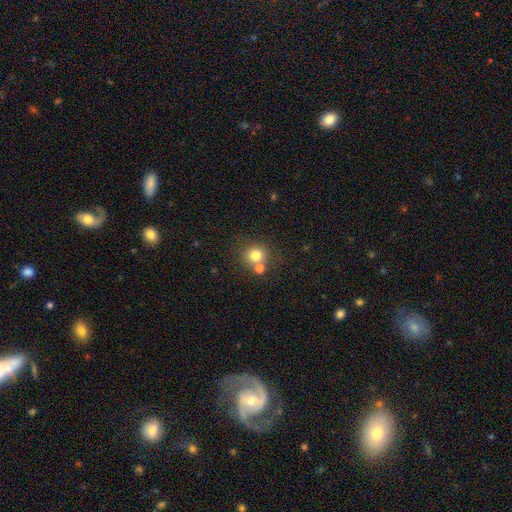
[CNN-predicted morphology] Smooth or featured? smooth (76%)
How rounded? round (88%)
Merging? none (63%)